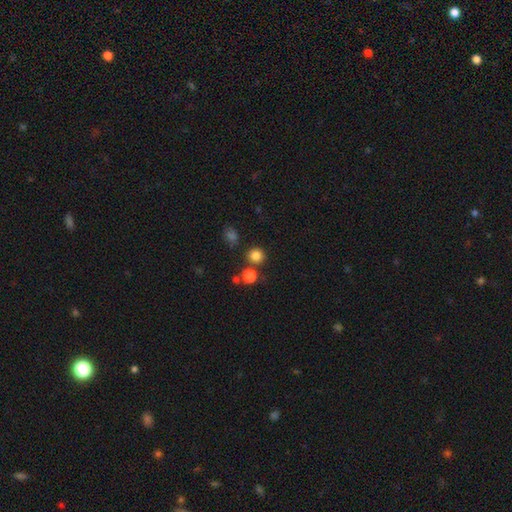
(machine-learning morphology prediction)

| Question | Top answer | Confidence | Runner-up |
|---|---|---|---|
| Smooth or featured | smooth | 81% | star or artifact (14%) |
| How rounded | round | 91% | in between (8%) |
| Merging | none | 80% | merger (10%) |